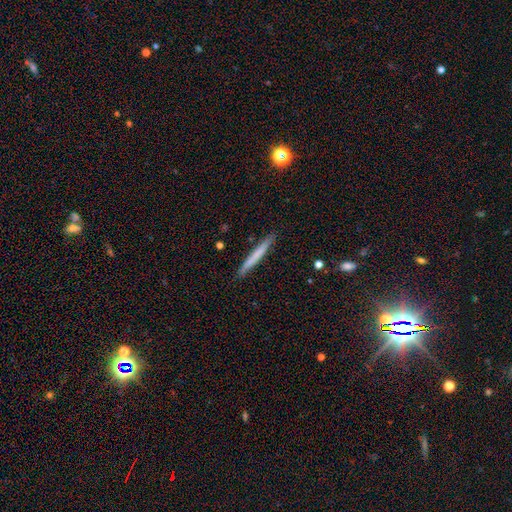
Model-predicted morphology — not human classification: Smooth or featured: smooth — 65% (featured or disk — 29%)
How rounded: cigar-shaped — 97% (in between — 2%)
Merging: none — 91% (minor disturbance — 6%)